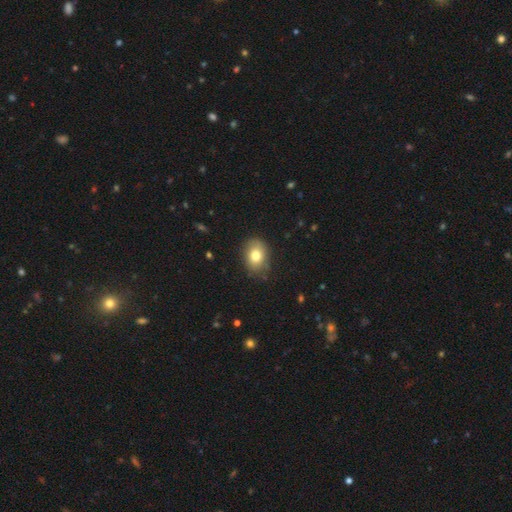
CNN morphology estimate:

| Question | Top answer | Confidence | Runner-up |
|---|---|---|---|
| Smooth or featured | smooth | 78% | featured or disk (13%) |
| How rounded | in between | 69% | round (30%) |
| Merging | none | 81% | minor disturbance (14%) |